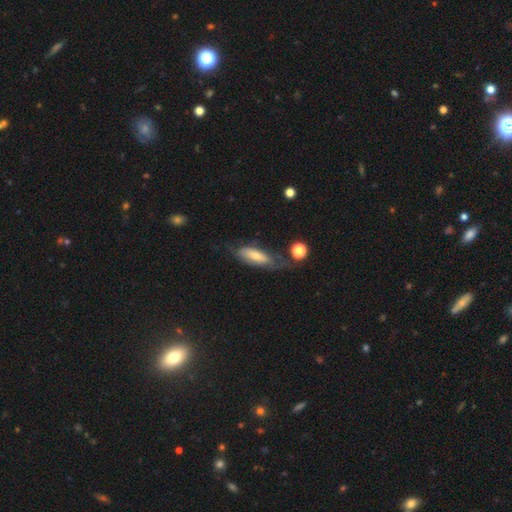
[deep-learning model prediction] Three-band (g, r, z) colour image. It shows a smooth galaxy with no disk features (54%) that is in between round and cigar-shaped (68%). Merging: none (44%).